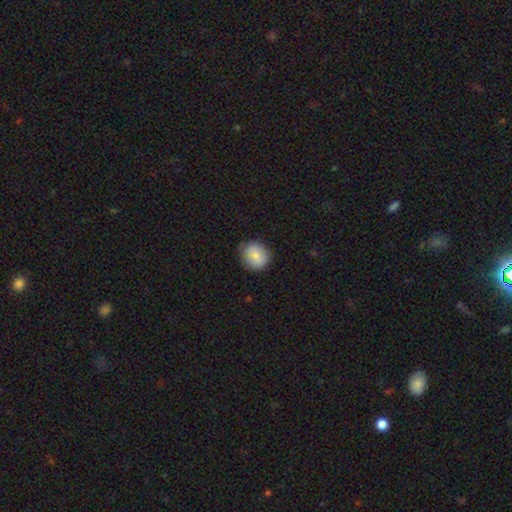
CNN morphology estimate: smooth-or-featured: smooth: 84% | featured or disk: 8% | star or artifact: 8%
  how-rounded: round: 74% | in between: 25% | cigar-shaped: 1%
  merging: none: 76% | minor disturbance: 19% | major disturbance: 4% | merger: 1%